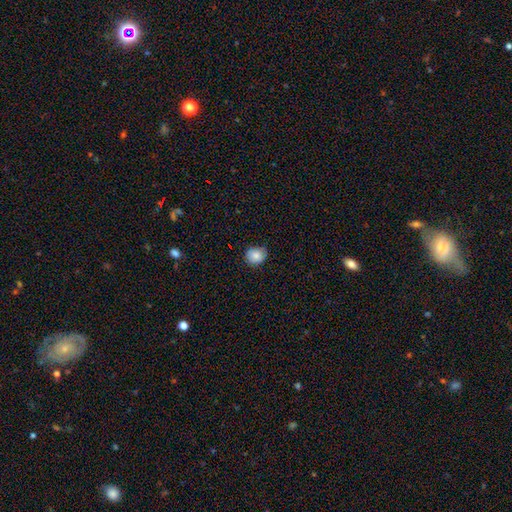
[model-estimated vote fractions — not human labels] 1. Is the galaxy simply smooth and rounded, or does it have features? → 85% smooth, 9% star or artifact, 7% featured or disk.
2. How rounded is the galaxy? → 74% round, 25% in between, 1% cigar-shaped.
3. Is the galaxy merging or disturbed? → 76% none, 20% minor disturbance, 3% major disturbance, 1% merger.